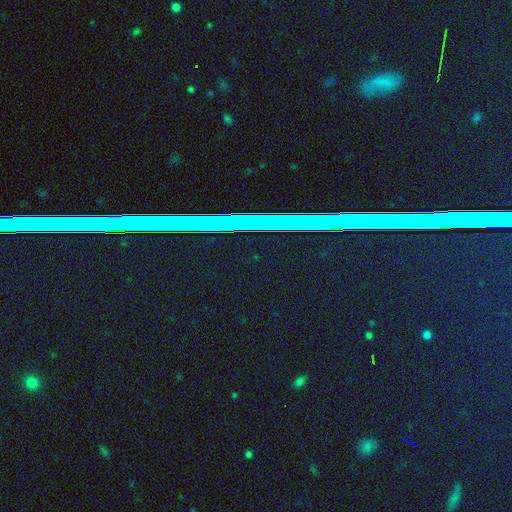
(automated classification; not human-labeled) This appears to be a star or artifact, not a galaxy (85%).